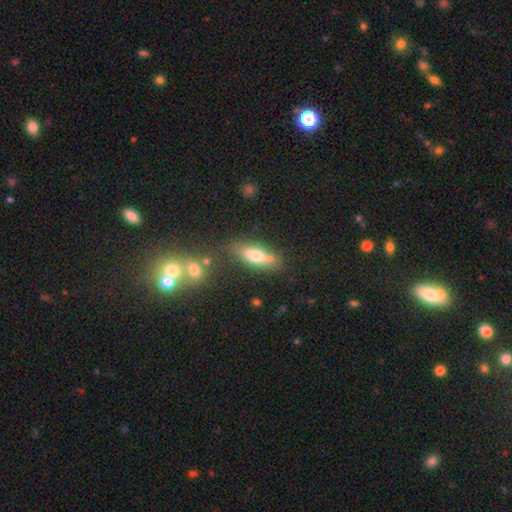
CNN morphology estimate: smooth_or_featured: smooth (p=0.70) [alt: featured or disk p=0.21]
how_rounded: in between (p=0.69) [alt: cigar-shaped p=0.26]
merging: none (p=0.61) [alt: merger p=0.17]